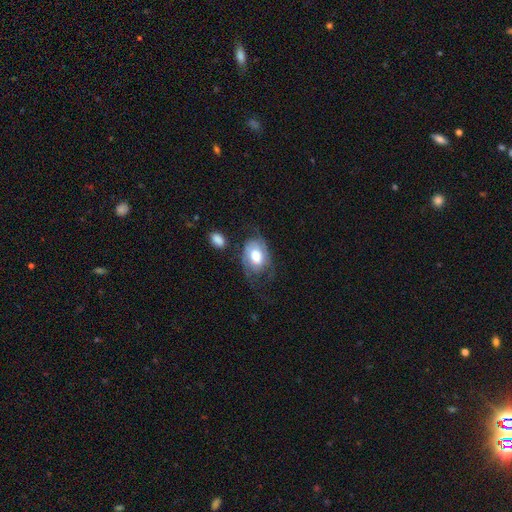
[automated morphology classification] Smooth or featured? Predicted: featured or disk (p=0.52). Edge-on disk? Predicted: no (p=0.95). Merging? Predicted: none (p=0.37).